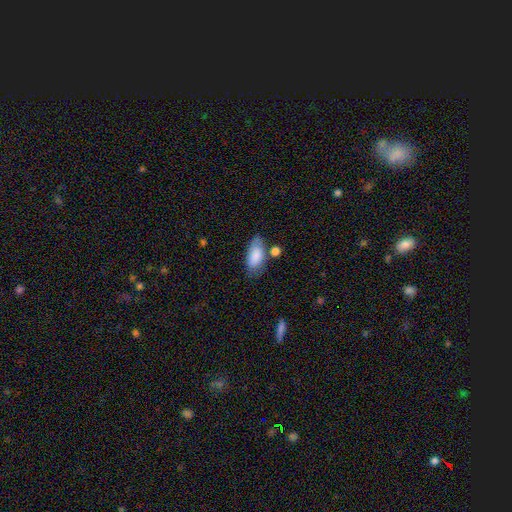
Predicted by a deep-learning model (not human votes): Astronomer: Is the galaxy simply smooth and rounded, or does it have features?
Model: smooth — 83%.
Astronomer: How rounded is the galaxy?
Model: in between — 91%.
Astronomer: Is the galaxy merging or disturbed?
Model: none — 57%.